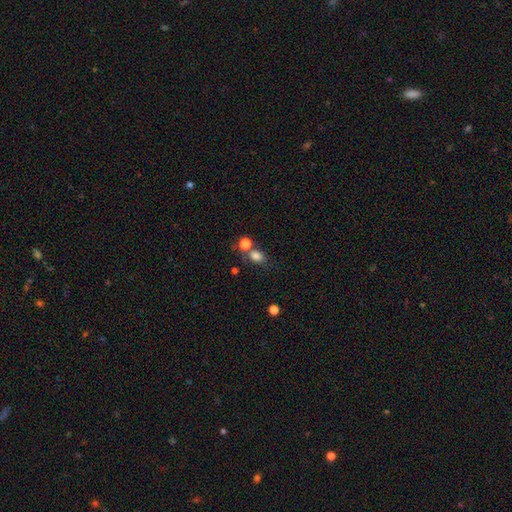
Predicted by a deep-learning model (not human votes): smooth_or_featured: smooth (p=0.79) [alt: star or artifact p=0.14]
how_rounded: in between (p=0.61) [alt: round p=0.38]
merging: none (p=0.54) [alt: merger p=0.26]